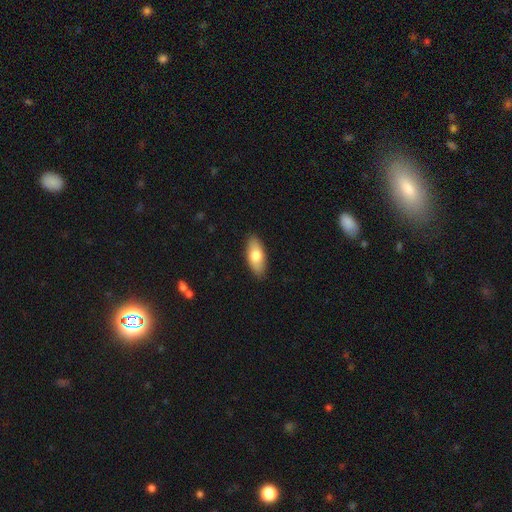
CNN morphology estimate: Q: Smooth or featured?
A: smooth (76%); runner-up: featured or disk (18%)
Q: How rounded?
A: in between (85%); runner-up: cigar-shaped (12%)
Q: Merging?
A: none (88%); runner-up: minor disturbance (9%)